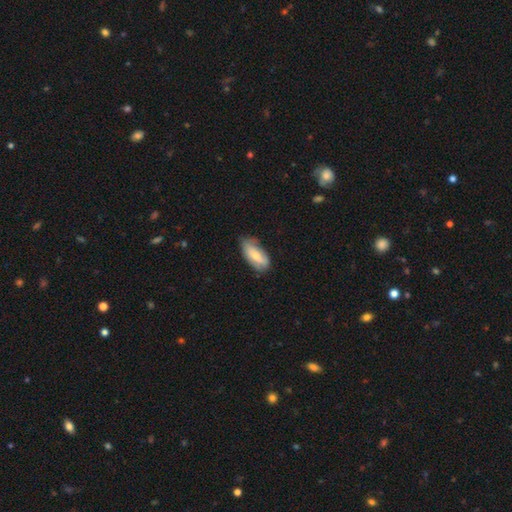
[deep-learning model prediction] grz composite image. It shows a smooth galaxy with no disk features (63%) that is in between round and cigar-shaped (87%). Merging: none (60%).